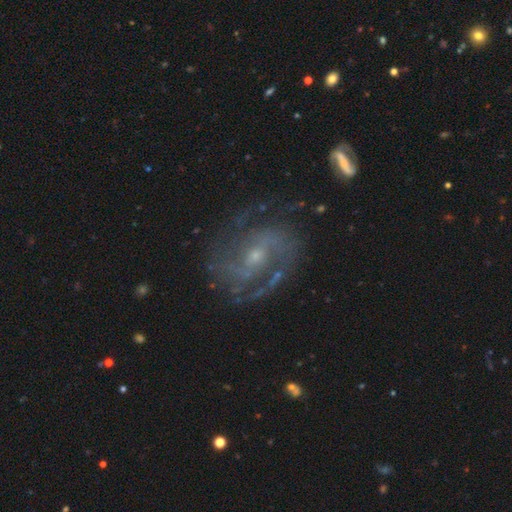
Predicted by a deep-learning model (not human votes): featured or disk 88%, star or artifact 7%, smooth 5%. Down the decision tree: edge-on disk — no (98%); bar — weak (50%); spiral arms — yes (96%); spiral arm count — 2 (61%); spiral winding — medium (51%); bulge size — small (69%); merging — none (72%).